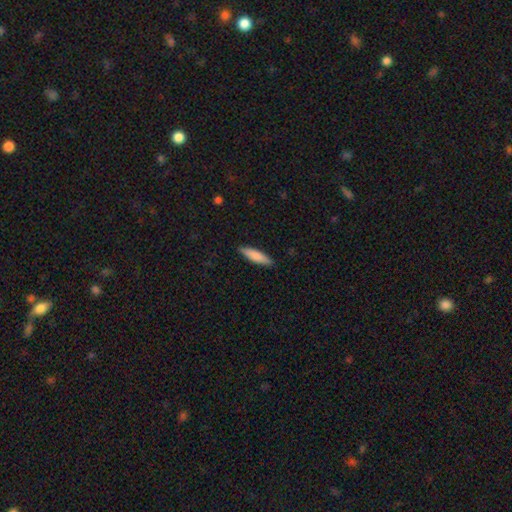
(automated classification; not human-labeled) This appears to be a smooth galaxy with no disk features (79%) that is cigar-shaped (72%). Merging: none (89%).